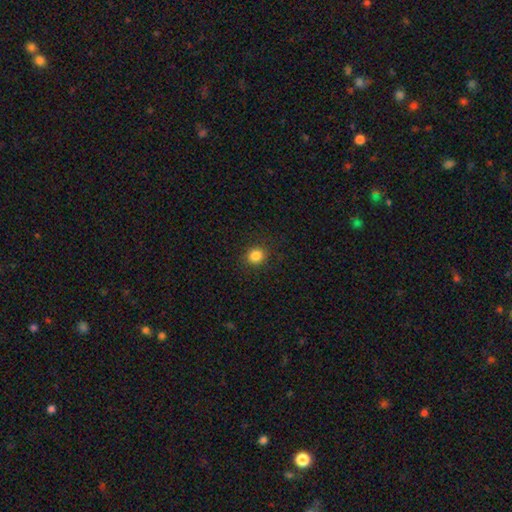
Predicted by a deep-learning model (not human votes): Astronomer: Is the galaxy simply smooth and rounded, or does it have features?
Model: smooth — 85%.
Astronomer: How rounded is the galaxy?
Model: round — 84%.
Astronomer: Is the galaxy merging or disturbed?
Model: none — 89%.